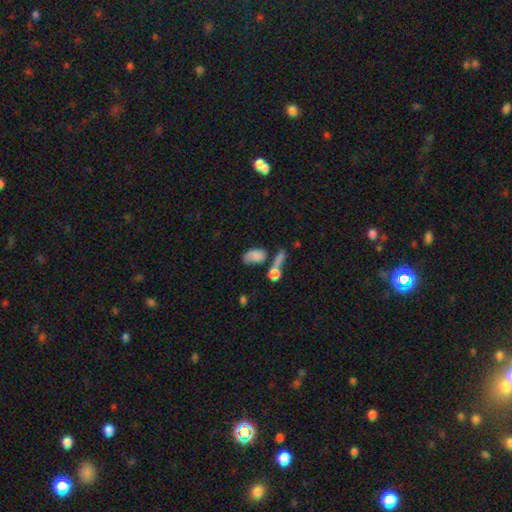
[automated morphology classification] Smooth or featured? Predicted: smooth (p=0.75). How rounded? Predicted: in between (p=0.88). Merging? Predicted: none (p=0.36).